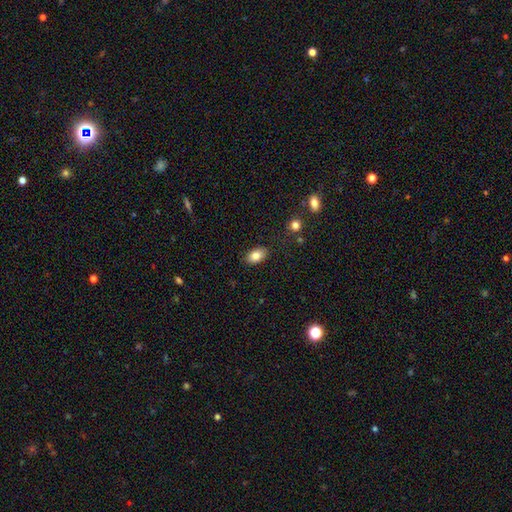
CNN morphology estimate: Smooth or featured? smooth (83%)
How rounded? in between (89%)
Merging? none (86%)